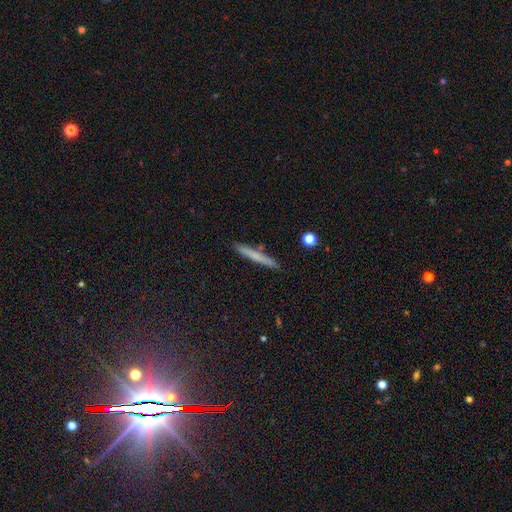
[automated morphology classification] The model was most divided on "smooth or featured": smooth: 64%, featured or disk: 29%, star or artifact: 8%. More confident: how rounded — cigar-shaped (96%); merging — none (88%).